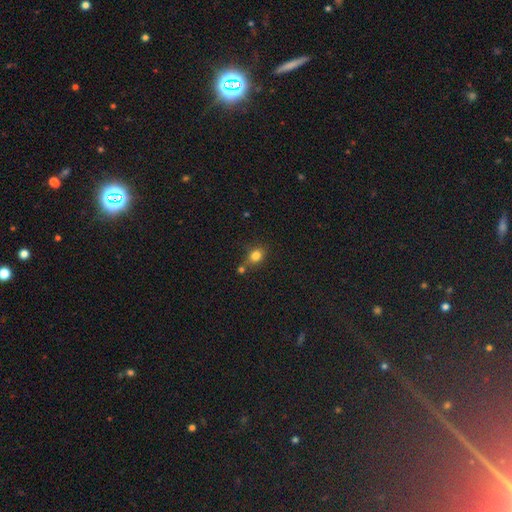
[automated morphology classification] The model was most divided on "how rounded": round: 52%, in between: 47%, cigar-shaped: 1%. More confident: smooth or featured — smooth (81%); merging — none (62%).